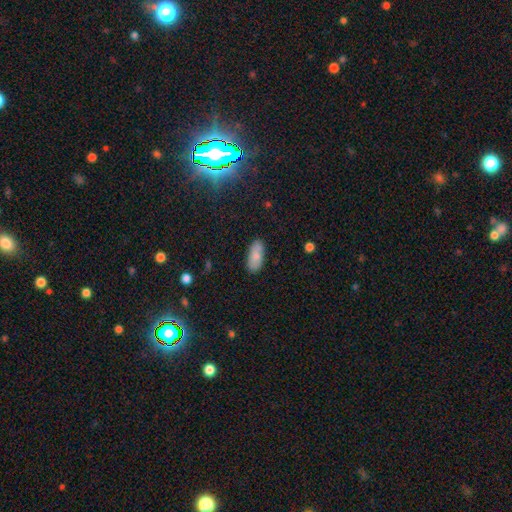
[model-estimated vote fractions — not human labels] Morphology: type=smooth (77%); roundness=in between (87%); merging=none (77%).